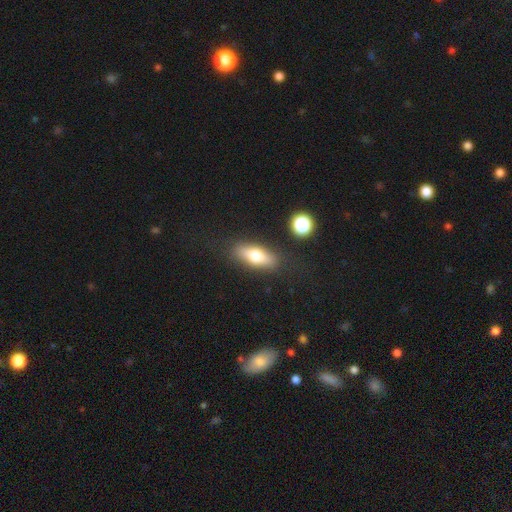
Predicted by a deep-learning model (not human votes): This appears to be a smooth galaxy with no disk features (67%) that is in between round and cigar-shaped (66%). Merging: none (83%).